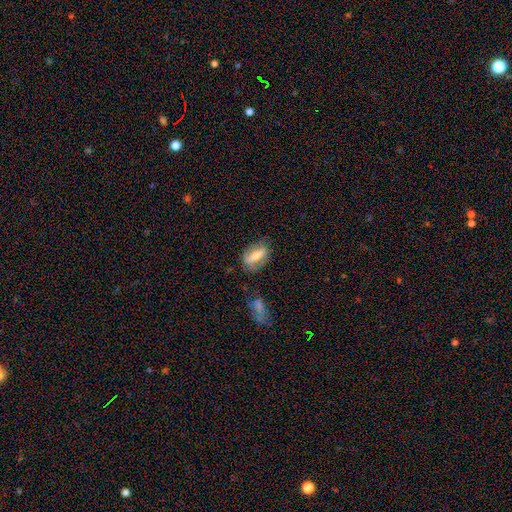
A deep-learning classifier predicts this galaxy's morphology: A featured or disk galaxy (47%).

Vote fractions:
- Smooth or featured? featured or disk: 47% / smooth: 45% / star or artifact: 8%
- Merging? none: 71% / minor disturbance: 19% / major disturbance: 7% / merger: 3%